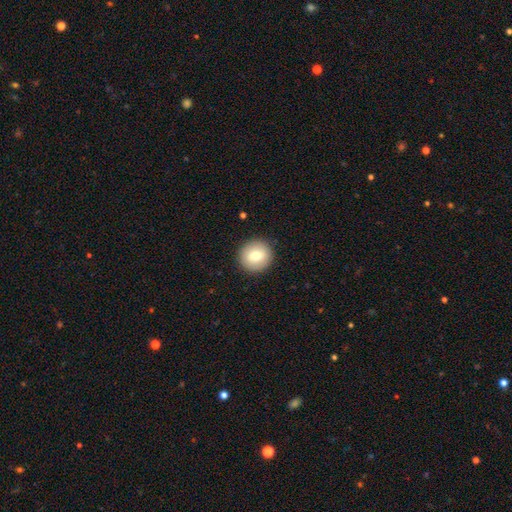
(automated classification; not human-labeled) Morphology: type=smooth (76%); roundness=round (92%); merging=none (91%).